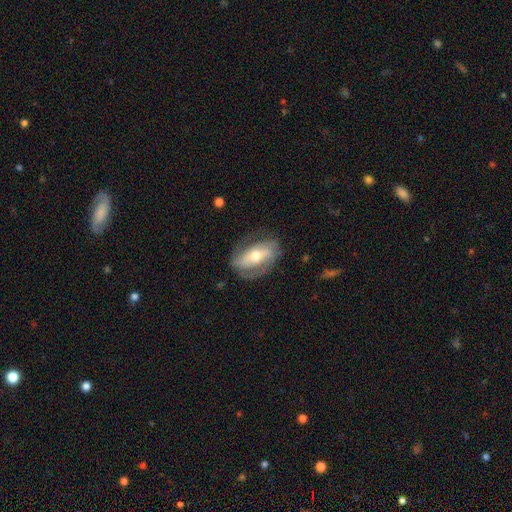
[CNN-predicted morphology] A featured or disk galaxy (67%) with a strong bar (42%), spiral arms (73%) and a moderate central bulge (68%). Merging: none (67%).